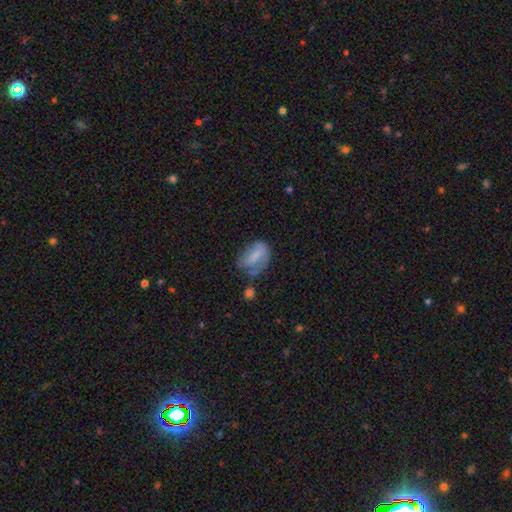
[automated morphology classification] Smooth or featured?
  - smooth: 61% *
  - featured or disk: 31%
  - star or artifact: 8%
How rounded?
  - in between: 81% *
  - round: 16%
  - cigar-shaped: 3%
Merging?
  - none: 38% *
  - minor disturbance: 33%
  - major disturbance: 20%
  - merger: 8%